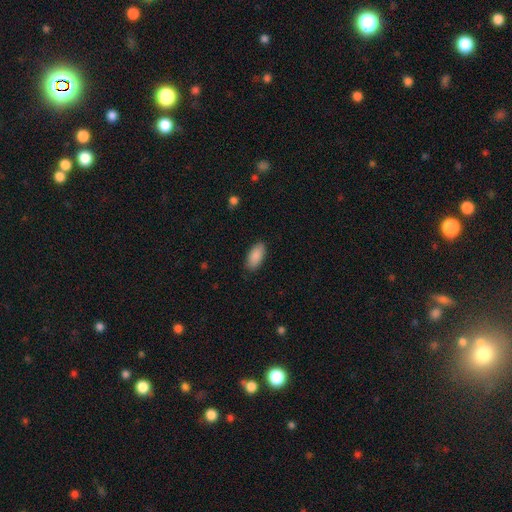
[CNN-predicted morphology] smooth 90%, star or artifact 6%, featured or disk 4%. Down the decision tree: how rounded — in between (91%); merging — none (88%).